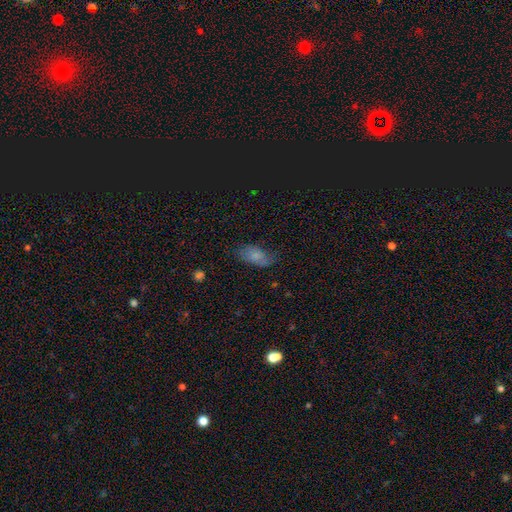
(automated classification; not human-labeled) Smooth or featured? smooth (71%)
How rounded? in between (90%)
Merging? none (58%)